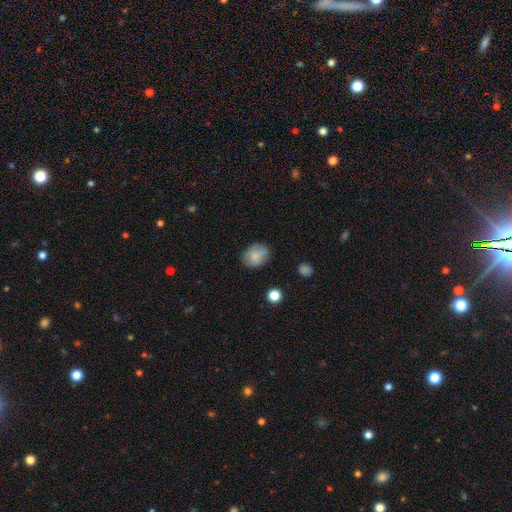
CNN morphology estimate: Smooth or featured?
  - smooth: 81% *
  - featured or disk: 10%
  - star or artifact: 9%
How rounded?
  - in between: 52% *
  - round: 47%
  - cigar-shaped: 1%
Merging?
  - none: 71% *
  - minor disturbance: 21%
  - major disturbance: 5%
  - merger: 2%